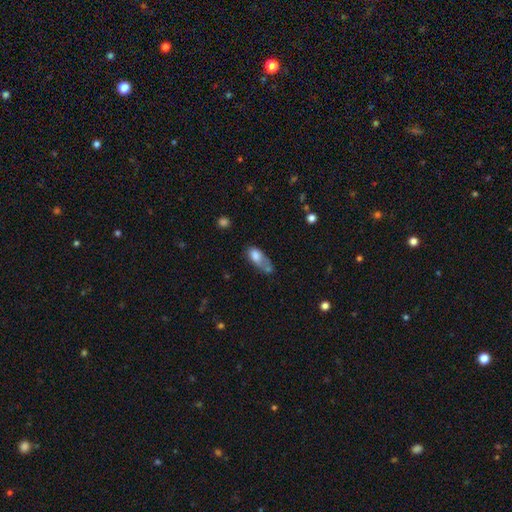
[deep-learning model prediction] smooth-or-featured: smooth: 72% | featured or disk: 18% | star or artifact: 9%
  how-rounded: in between: 83% | cigar-shaped: 9% | round: 7%
  merging: merger: 27% | minor disturbance: 25% | major disturbance: 24% | none: 24%